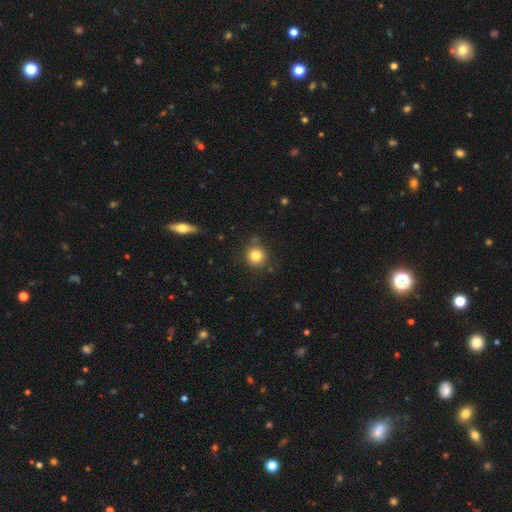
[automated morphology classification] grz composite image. It shows a smooth galaxy with no disk features (81%) that is round (92%). Merging: none (81%).